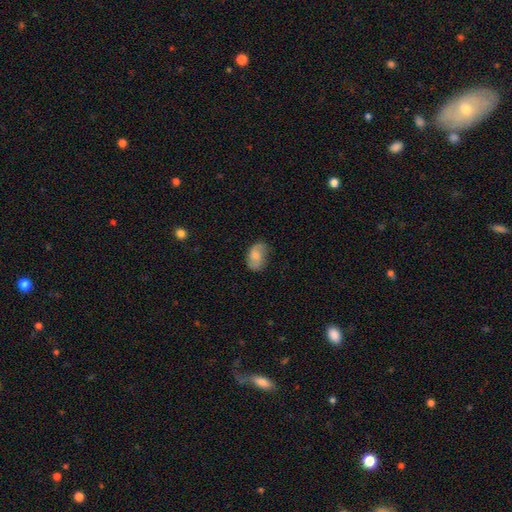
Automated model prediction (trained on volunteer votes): smooth-or-featured: smooth: 62% | featured or disk: 30% | star or artifact: 8%
  how-rounded: in between: 86% | round: 13% | cigar-shaped: 1%
  merging: none: 67% | minor disturbance: 24% | major disturbance: 7% | merger: 1%